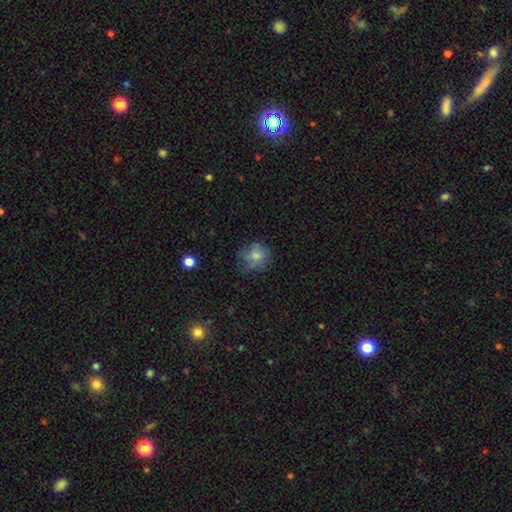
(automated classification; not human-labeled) Overall: smooth (74%). How rounded: round (75%). Merging: none (59%; minor disturbance 26%).